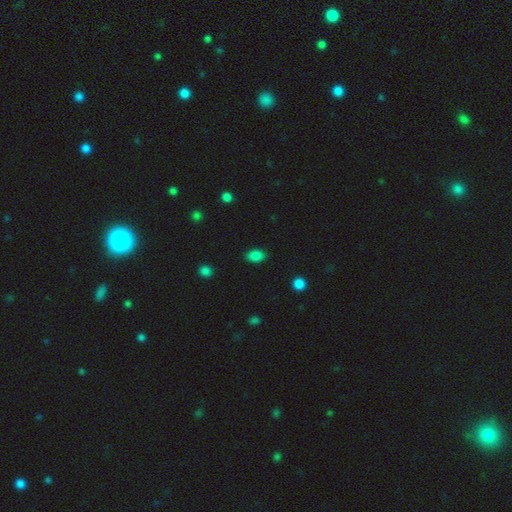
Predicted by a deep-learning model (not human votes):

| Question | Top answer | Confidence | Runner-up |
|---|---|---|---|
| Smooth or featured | smooth | 85% | star or artifact (10%) |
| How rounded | in between | 86% | round (13%) |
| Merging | none | 86% | minor disturbance (10%) |